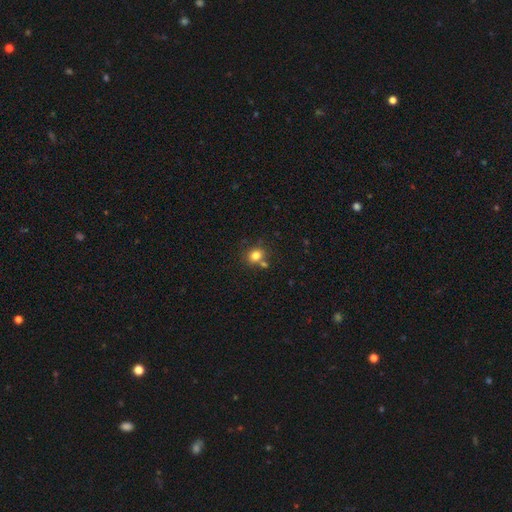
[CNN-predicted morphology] Smooth or featured?
  - smooth: 80% *
  - star or artifact: 12%
  - featured or disk: 9%
How rounded?
  - round: 63% *
  - in between: 36%
  - cigar-shaped: 1%
Merging?
  - none: 64% *
  - merger: 20%
  - minor disturbance: 13%
  - major disturbance: 4%